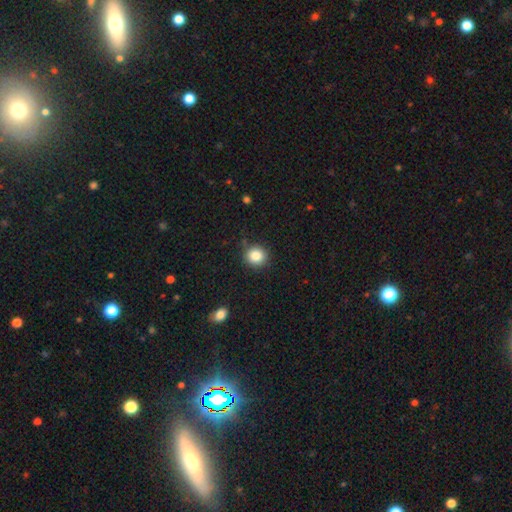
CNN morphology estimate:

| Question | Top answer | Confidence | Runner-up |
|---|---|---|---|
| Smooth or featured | smooth | 85% | star or artifact (10%) |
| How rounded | round | 88% | in between (11%) |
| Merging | none | 88% | minor disturbance (8%) |